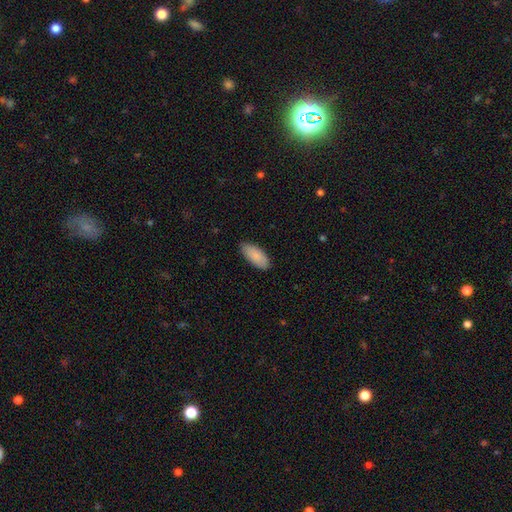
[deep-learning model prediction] Morphology: type=smooth (87%); roundness=in between (88%); merging=none (83%).